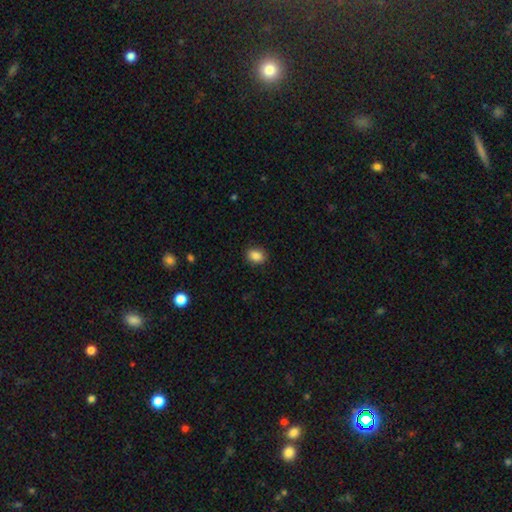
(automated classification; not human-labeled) A smooth galaxy with no disk features (87%) that is in between round and cigar-shaped (64%). Merging: none (88%).